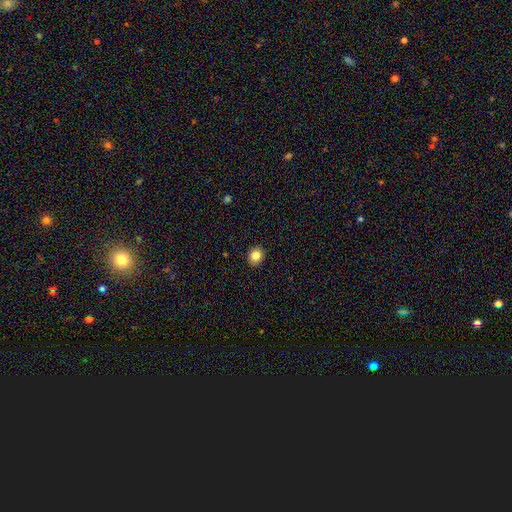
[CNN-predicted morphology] Smooth or featured?
  - smooth: 84% *
  - star or artifact: 10%
  - featured or disk: 6%
How rounded?
  - round: 73% *
  - in between: 26%
  - cigar-shaped: 1%
Merging?
  - none: 91% *
  - minor disturbance: 6%
  - major disturbance: 2%
  - merger: 1%